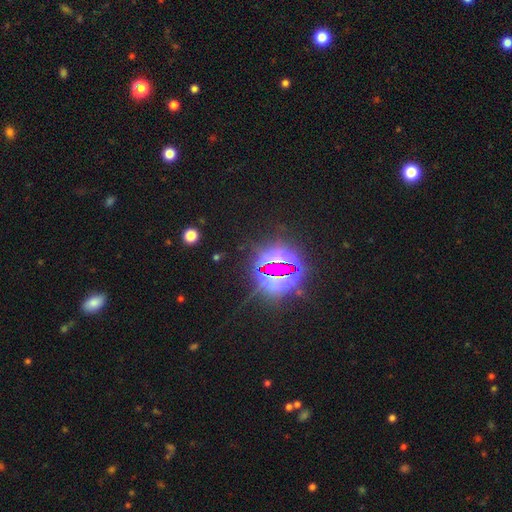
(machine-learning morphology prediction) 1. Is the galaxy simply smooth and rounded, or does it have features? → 79% star or artifact, 12% smooth, 8% featured or disk.